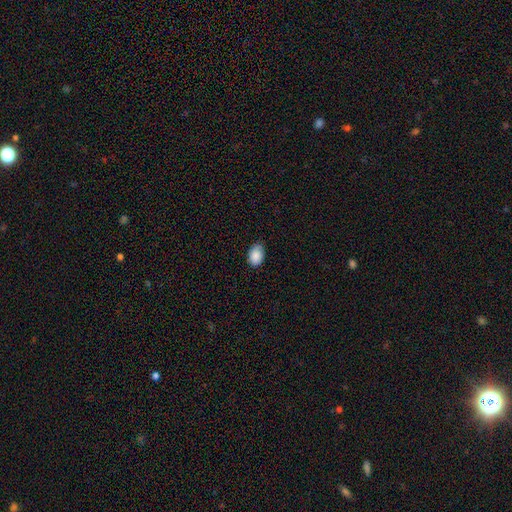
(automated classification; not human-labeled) Smooth or featured? smooth (89%)
How rounded? in between (87%)
Merging? none (79%)